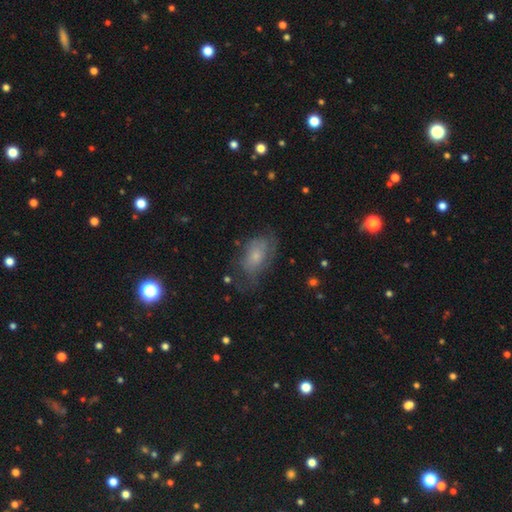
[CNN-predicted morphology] Q: Smooth or featured?
A: smooth (52%); runner-up: featured or disk (37%)
Q: How rounded?
A: in between (88%); runner-up: round (9%)
Q: Merging?
A: none (54%); runner-up: minor disturbance (27%)